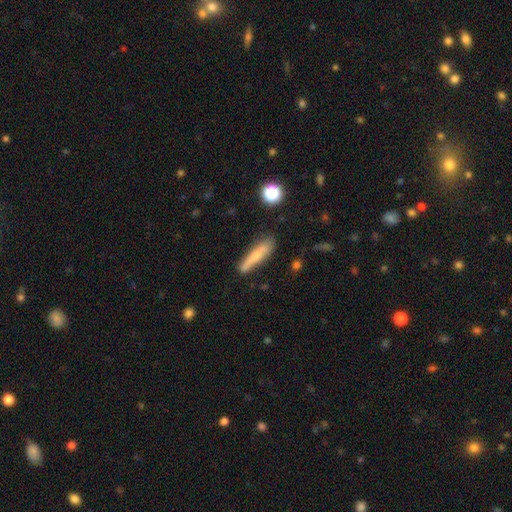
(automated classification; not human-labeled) Overall: smooth (63%; featured or disk 29%). How rounded: cigar-shaped (83%). Merging: none (69%).